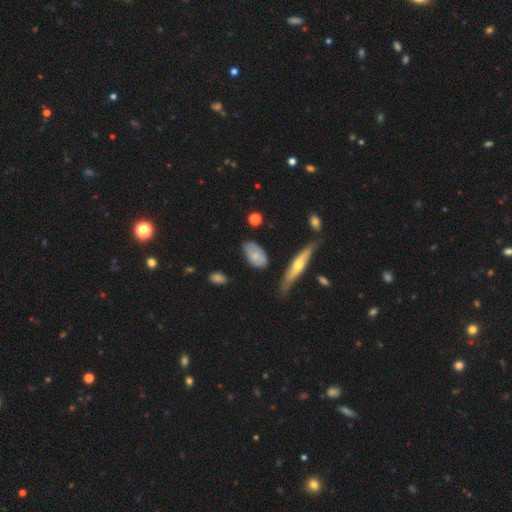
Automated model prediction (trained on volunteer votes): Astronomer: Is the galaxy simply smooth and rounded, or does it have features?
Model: smooth — 69%.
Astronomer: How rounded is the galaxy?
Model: in between — 91%.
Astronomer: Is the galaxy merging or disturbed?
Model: none — 66%.